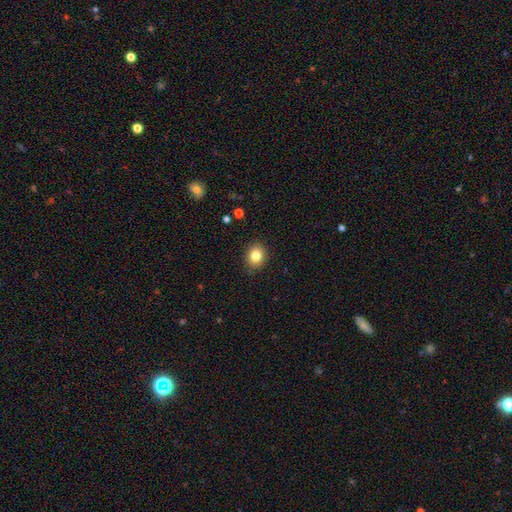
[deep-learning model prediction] Smooth or featured?
  - smooth: 82% *
  - star or artifact: 10%
  - featured or disk: 8%
How rounded?
  - round: 57% *
  - in between: 42%
  - cigar-shaped: 1%
Merging?
  - none: 88% *
  - minor disturbance: 9%
  - major disturbance: 2%
  - merger: 1%